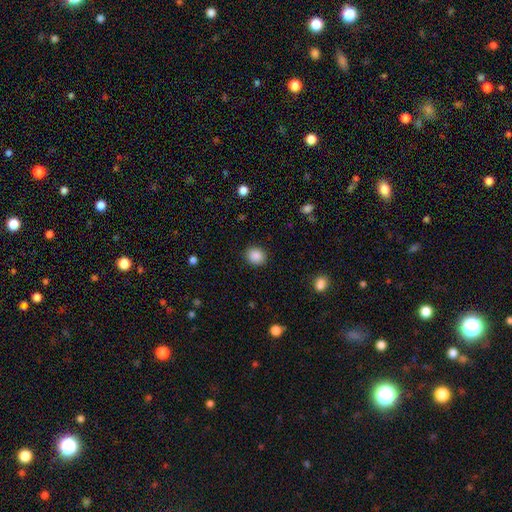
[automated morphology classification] Overall: smooth (88%). How rounded: round (68%; in between 31%). Merging: none (89%).